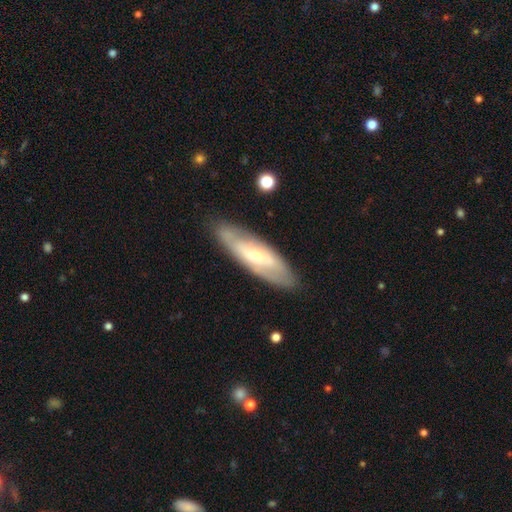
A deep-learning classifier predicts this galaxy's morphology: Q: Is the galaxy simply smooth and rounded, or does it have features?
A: featured or disk — 57%.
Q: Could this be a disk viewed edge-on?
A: no — 73%.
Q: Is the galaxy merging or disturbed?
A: none — 82%.